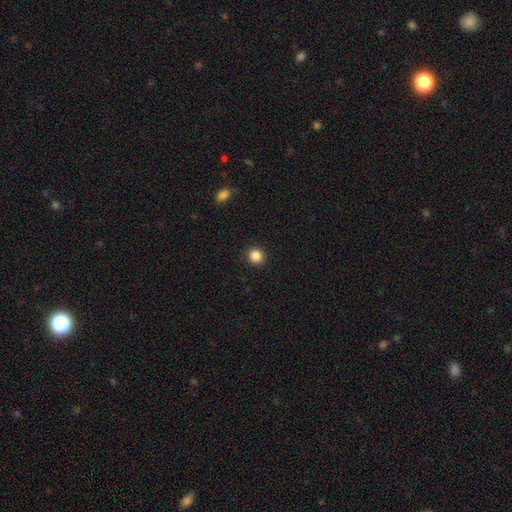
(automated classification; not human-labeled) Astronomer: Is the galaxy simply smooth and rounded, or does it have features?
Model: smooth — 86%.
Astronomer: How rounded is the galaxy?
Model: round — 89%.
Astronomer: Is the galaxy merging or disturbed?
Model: none — 91%.